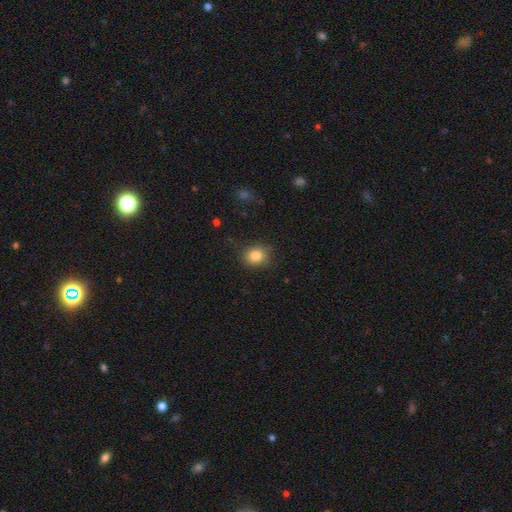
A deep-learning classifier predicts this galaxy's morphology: The model was most divided on "how rounded": round: 71%, in between: 28%, cigar-shaped: 1%. More confident: smooth or featured — smooth (84%); merging — none (83%).